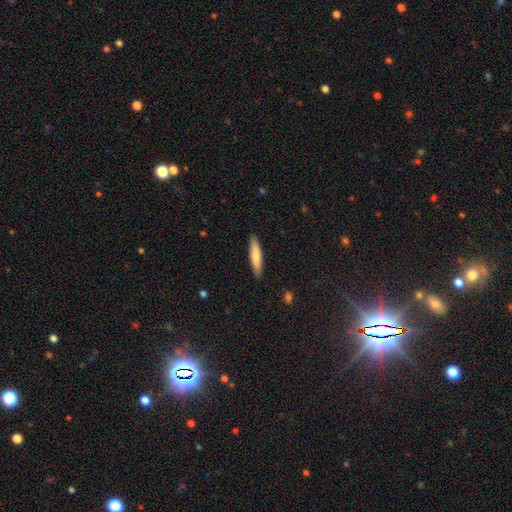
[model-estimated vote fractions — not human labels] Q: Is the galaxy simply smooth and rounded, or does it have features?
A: smooth — 74%.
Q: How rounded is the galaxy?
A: cigar-shaped — 84%.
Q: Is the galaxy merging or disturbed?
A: none — 90%.